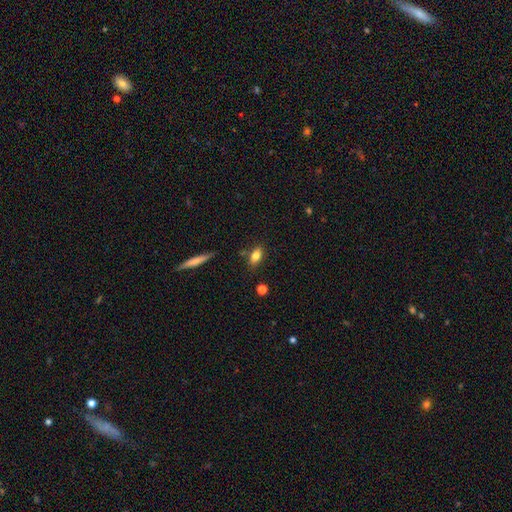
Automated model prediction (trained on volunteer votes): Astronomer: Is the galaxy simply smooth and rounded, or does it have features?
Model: smooth — 79%.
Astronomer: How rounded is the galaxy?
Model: in between — 82%.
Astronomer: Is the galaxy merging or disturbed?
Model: none — 79%.